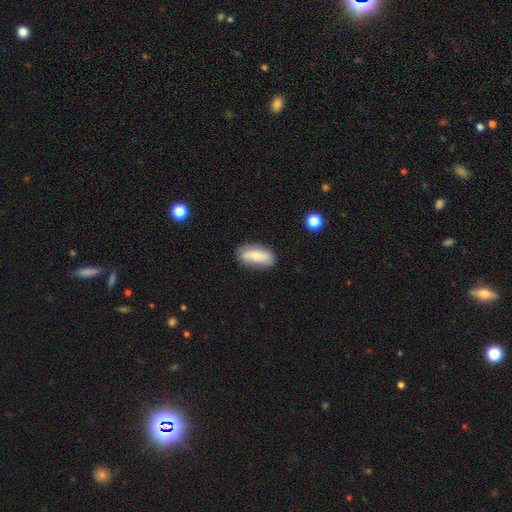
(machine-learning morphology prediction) type=smooth (64%); roundness=in between (85%); merging=none (78%).